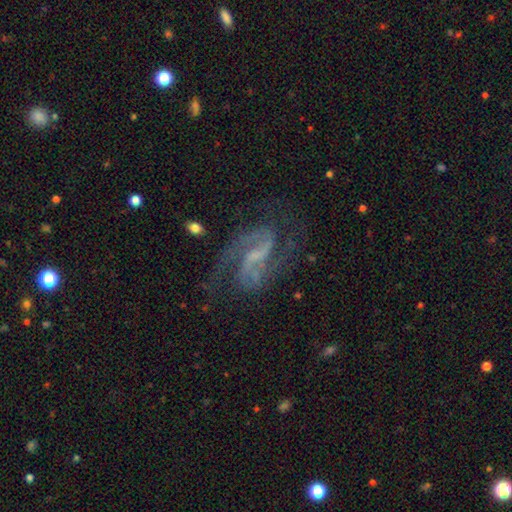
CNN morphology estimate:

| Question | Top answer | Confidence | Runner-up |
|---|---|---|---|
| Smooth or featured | featured or disk | 87% | star or artifact (8%) |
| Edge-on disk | no | 97% | yes (3%) |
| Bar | weak | 49% | strong (34%) |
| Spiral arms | yes | 97% | no (3%) |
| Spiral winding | medium | 56% | loose (26%) |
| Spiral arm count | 2 | 90% | can't tell (3%) |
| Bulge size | small | 48% | none (35%) |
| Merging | none | 73% | minor disturbance (15%) |